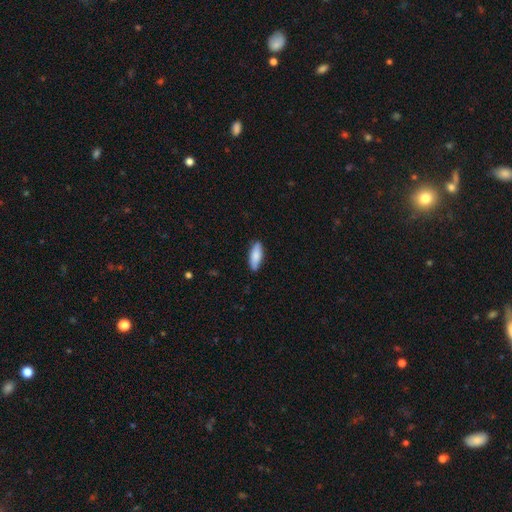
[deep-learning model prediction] This is clearly a smooth galaxy (85%). How rounded: likely in between (68%). Merging: clearly none (86%).